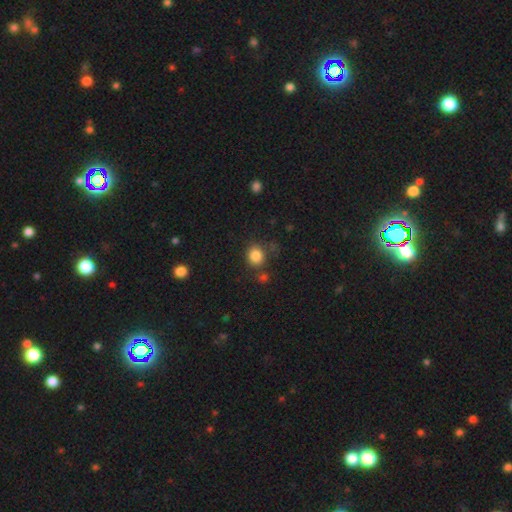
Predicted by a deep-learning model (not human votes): smooth-or-featured: smooth: 84% | star or artifact: 11% | featured or disk: 5%
  how-rounded: round: 80% | in between: 19% | cigar-shaped: 1%
  merging: none: 72% | minor disturbance: 14% | merger: 9% | major disturbance: 5%